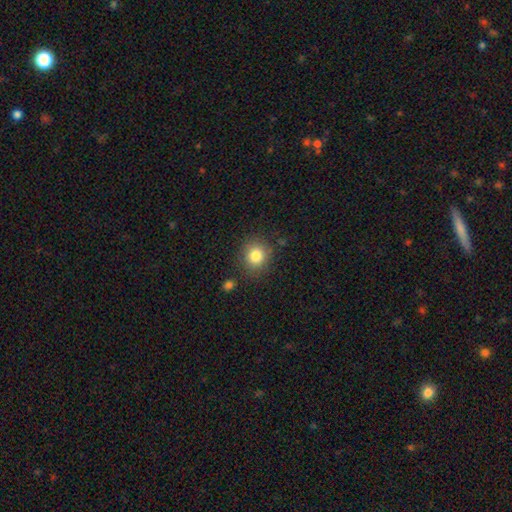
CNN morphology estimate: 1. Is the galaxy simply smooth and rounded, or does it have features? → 83% smooth, 10% star or artifact, 7% featured or disk.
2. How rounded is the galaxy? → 84% round, 15% in between, 1% cigar-shaped.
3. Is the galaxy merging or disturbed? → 83% none, 10% minor disturbance, 3% major disturbance, 3% merger.